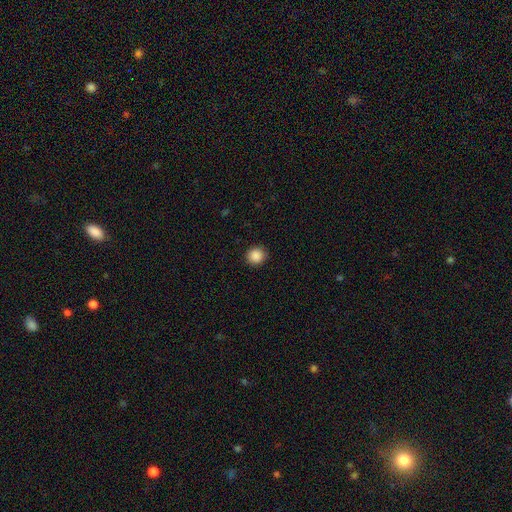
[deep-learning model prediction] Morphology: type=smooth (88%); roundness=round (90%); merging=none (89%).